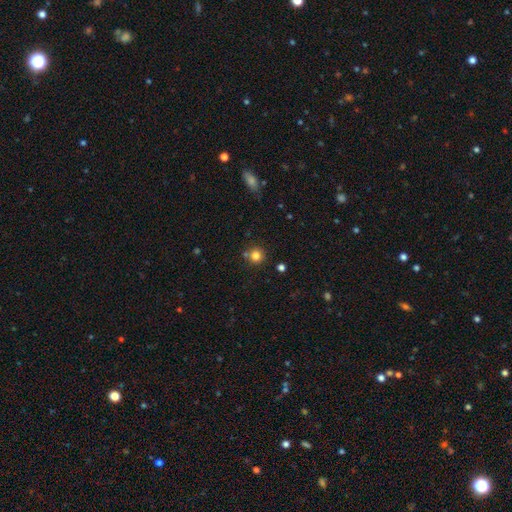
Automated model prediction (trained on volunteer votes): Smooth or featured? smooth (80%)
How rounded? round (93%)
Merging? none (77%)